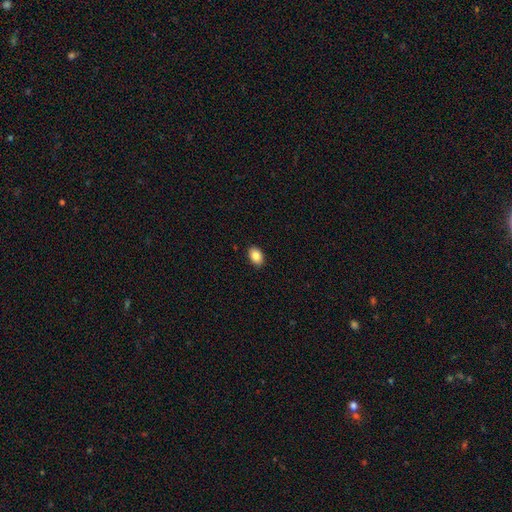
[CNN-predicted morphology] type=smooth (87%); roundness=in between (84%); merging=none (89%).